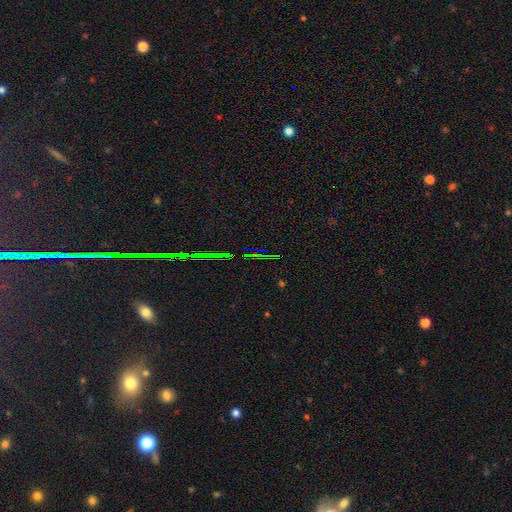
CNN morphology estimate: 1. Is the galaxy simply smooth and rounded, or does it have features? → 78% star or artifact, 12% smooth, 11% featured or disk.